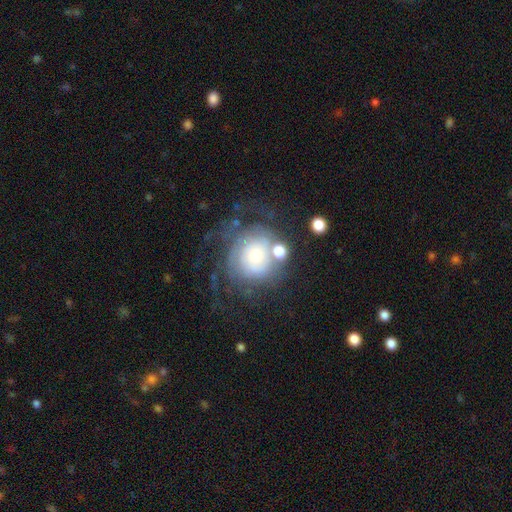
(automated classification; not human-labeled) A featured or disk galaxy (65%) with no bar (82%), tight (63%) spiral arms (81%) and a small central bulge (48%). Merging: none (53%).